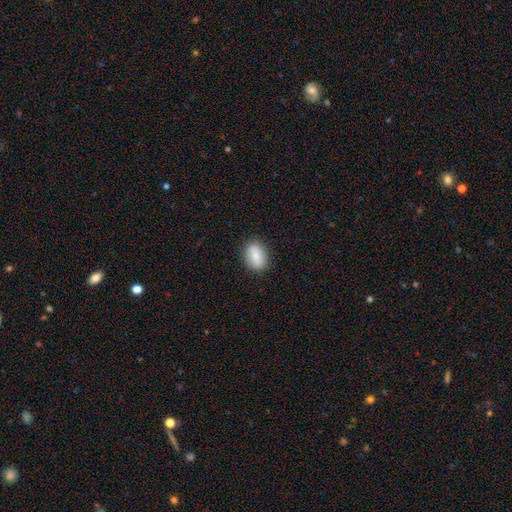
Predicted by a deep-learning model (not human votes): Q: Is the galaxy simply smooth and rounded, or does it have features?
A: smooth — 79%.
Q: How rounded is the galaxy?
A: in between — 77%.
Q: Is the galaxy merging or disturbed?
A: none — 86%.